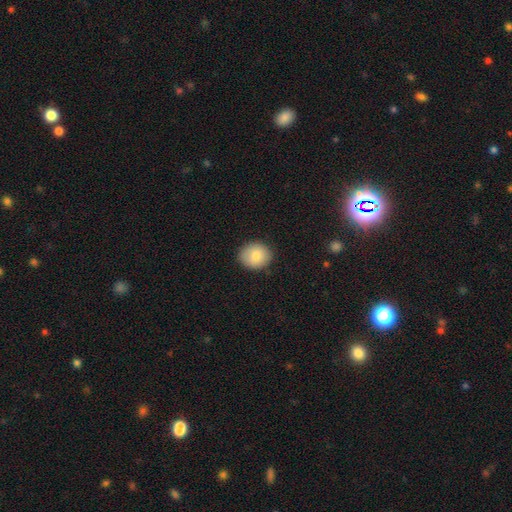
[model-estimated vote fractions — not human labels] A smooth galaxy with no disk features (85%) that is round (70%).

Vote fractions:
- Smooth or featured? smooth: 85% / featured or disk: 8% / star or artifact: 8%
- How rounded? round: 70% / in between: 29% / cigar-shaped: 1%
- Merging? none: 87% / minor disturbance: 10% / major disturbance: 2% / merger: 1%